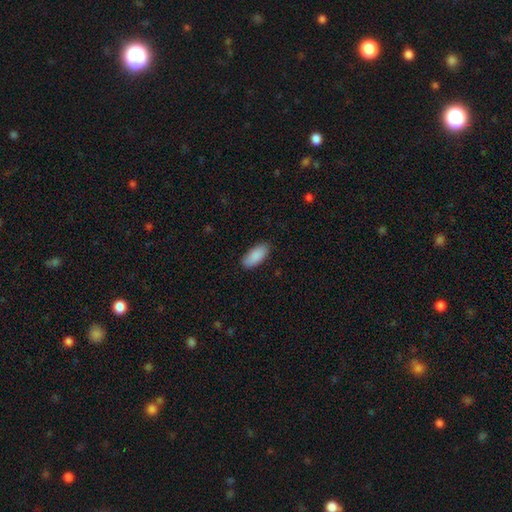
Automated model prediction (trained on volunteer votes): smooth-or-featured: smooth: 90% | star or artifact: 6% | featured or disk: 4%
  how-rounded: in between: 87% | cigar-shaped: 12% | round: 2%
  merging: none: 85% | minor disturbance: 12% | major disturbance: 2% | merger: 1%